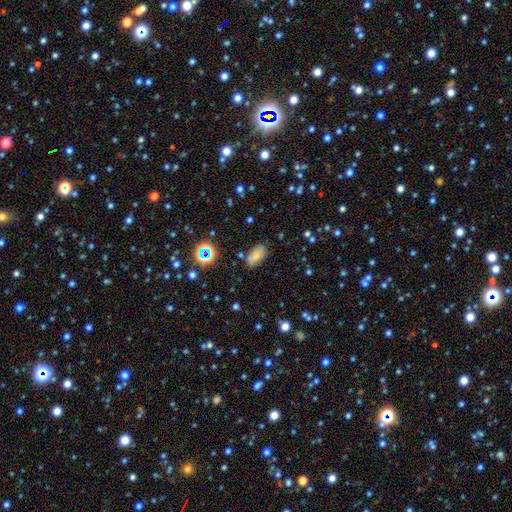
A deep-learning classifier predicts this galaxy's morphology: smooth 72%, star or artifact 15%, featured or disk 13%. Down the decision tree: how rounded — in between (91%); merging — none (79%).